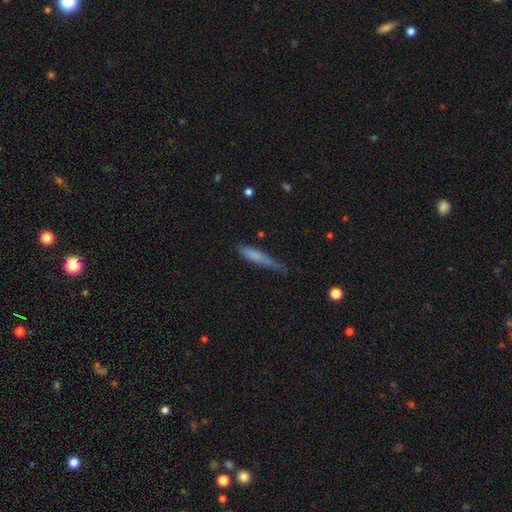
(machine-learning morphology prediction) Smooth or featured? Predicted: smooth (p=0.70). How rounded? Predicted: cigar-shaped (p=0.88). Merging? Predicted: none (p=0.48).